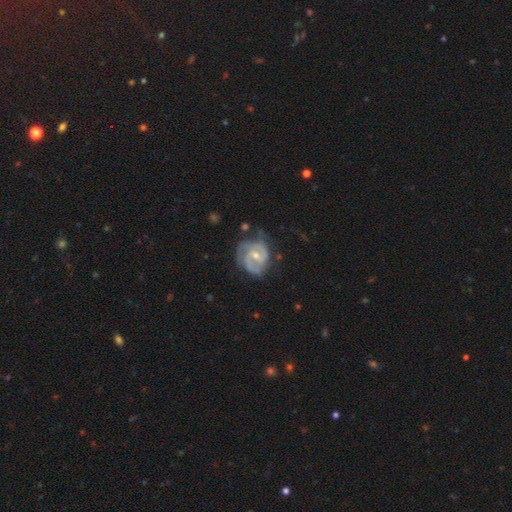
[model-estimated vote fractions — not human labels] A featured or disk galaxy (85%) with a weak bar (50%), 2 (63%) tight (46%) spiral arms (95%) and a moderate central bulge (50%). Merging: none (59%).